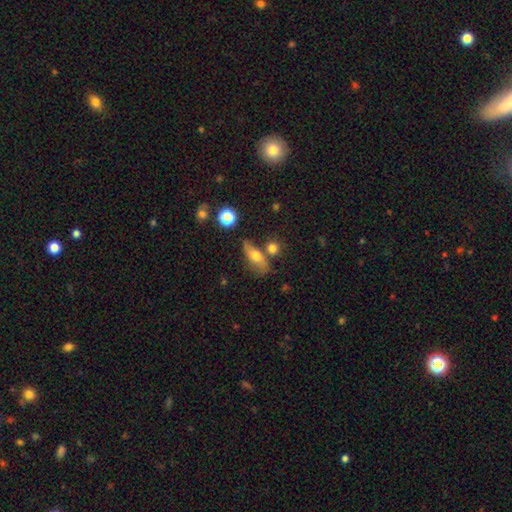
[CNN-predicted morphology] This appears to be a smooth galaxy with no disk features (59%) that is in between round and cigar-shaped (70%). Merging: none (57%).